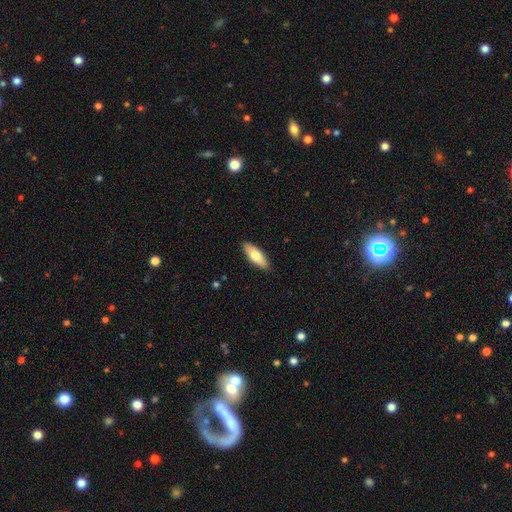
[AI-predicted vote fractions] Morphology: type=smooth (71%); roundness=in between (67%); merging=none (89%).